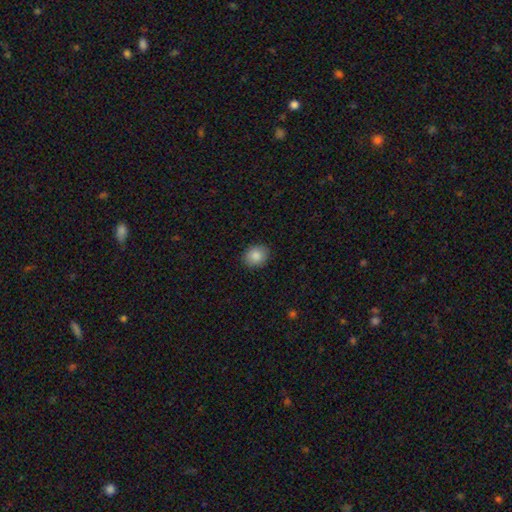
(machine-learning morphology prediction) Smooth or featured? smooth (87%)
How rounded? round (67%)
Merging? none (90%)